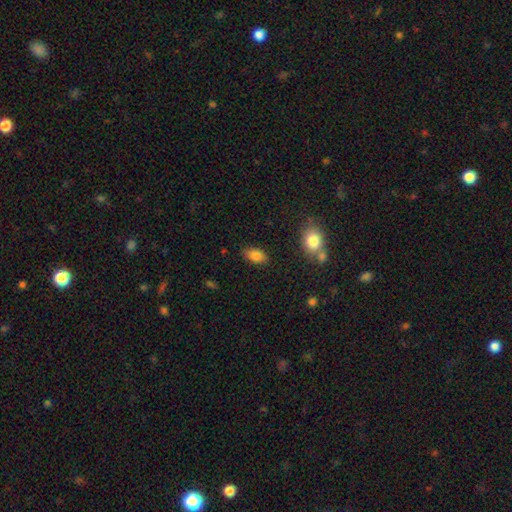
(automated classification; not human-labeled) Morphology: type=smooth (85%); roundness=in between (89%); merging=none (81%).